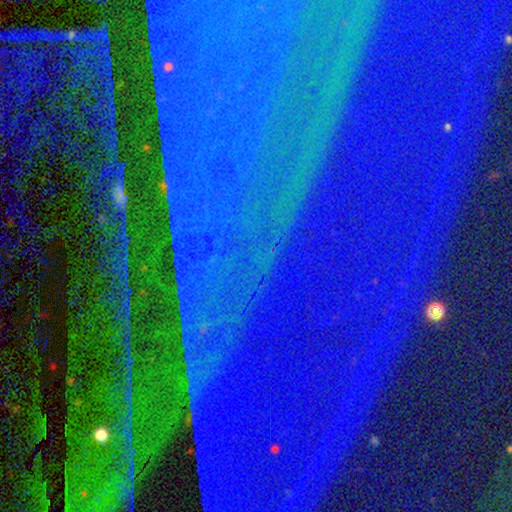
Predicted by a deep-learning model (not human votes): This appears to be a star or artifact, not a galaxy (87%).